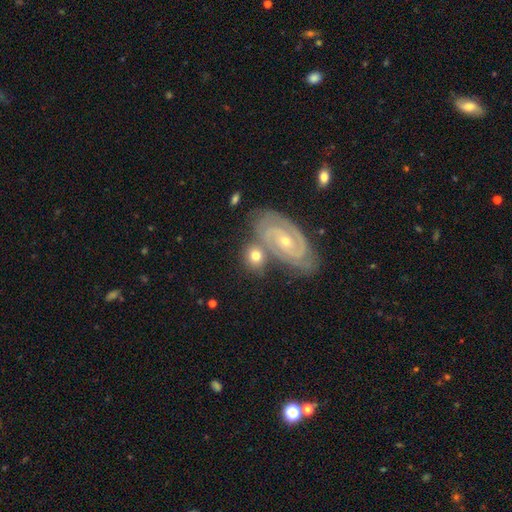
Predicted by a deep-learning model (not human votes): smooth-or-featured: featured or disk: 60% | smooth: 34% | star or artifact: 7%
  disk-edge-on: no: 95% | yes: 5%
    bar: no: 63% | weak: 27% | strong: 10%
    has-spiral-arms: yes: 94% | no: 6%
      spiral-winding: tight: 66% | medium: 30% | loose: 4%
      spiral-arm-count: 2: 62% | 3: 18% | can't tell: 11% | 4: 4% | 1: 3% | more than 4: 3%
    bulge-size: small: 60% | moderate: 35% | large: 3% | dominant: 1% | none: 1%
  merging: none: 57% | merger: 25% | minor disturbance: 14% | major disturbance: 4%